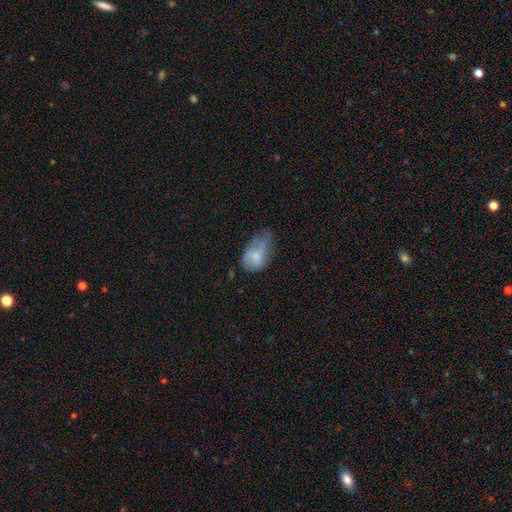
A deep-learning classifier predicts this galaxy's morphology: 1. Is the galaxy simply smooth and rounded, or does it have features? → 67% smooth, 26% featured or disk, 8% star or artifact.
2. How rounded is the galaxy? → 88% in between, 10% round, 2% cigar-shaped.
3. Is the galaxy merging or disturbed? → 42% minor disturbance, 28% none, 27% major disturbance, 3% merger.